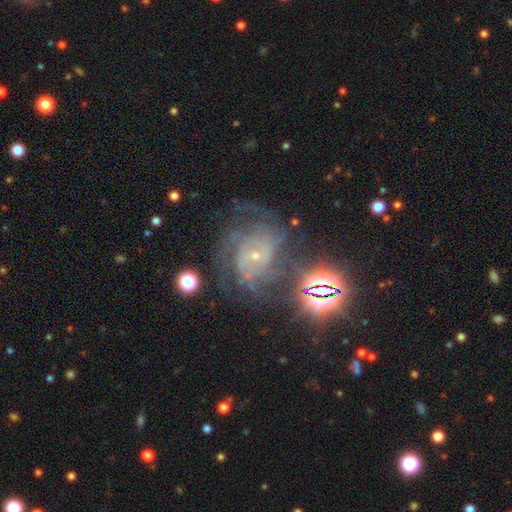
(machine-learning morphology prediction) Overall: featured or disk (74%). Edge-on disk: no (97%). Bar: no (70%). Spiral arms: yes (94%). Spiral arm count: can't tell (35%; 3 19%). Spiral winding: tight (52%; medium 38%). Bulge size: small (80%). Merging: none (59%; minor disturbance 19%).